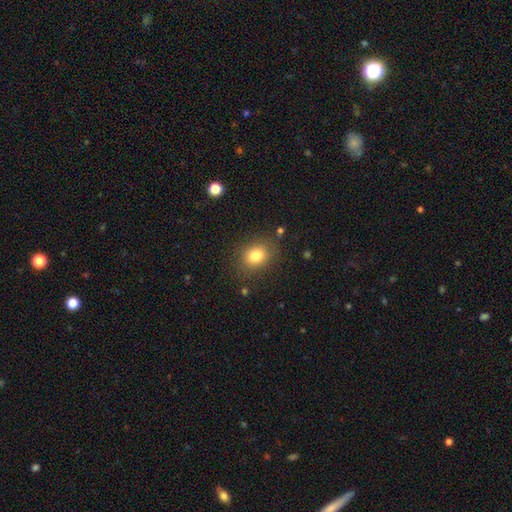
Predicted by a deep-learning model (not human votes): smooth-or-featured: smooth: 80% | star or artifact: 12% | featured or disk: 9%
  how-rounded: round: 53% | in between: 46% | cigar-shaped: 1%
  merging: none: 82% | minor disturbance: 12% | major disturbance: 4% | merger: 2%